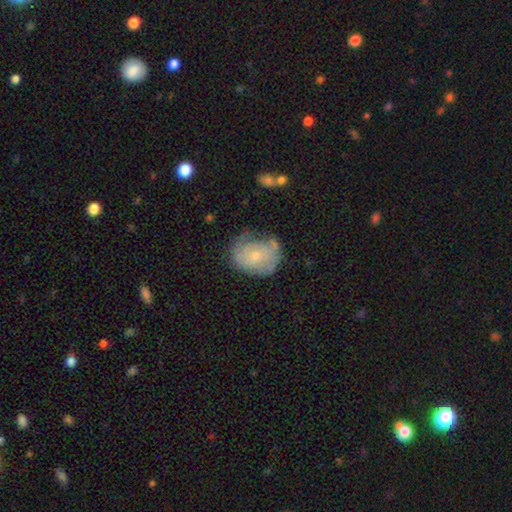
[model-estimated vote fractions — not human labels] Smooth or featured? Predicted: featured or disk (p=0.54). Edge-on disk? Predicted: no (p=0.97). Bar? Predicted: no (p=0.75). Spiral arms? Predicted: yes (p=0.71). Bulge size? Predicted: small (p=0.64). Merging? Predicted: none (p=0.49).